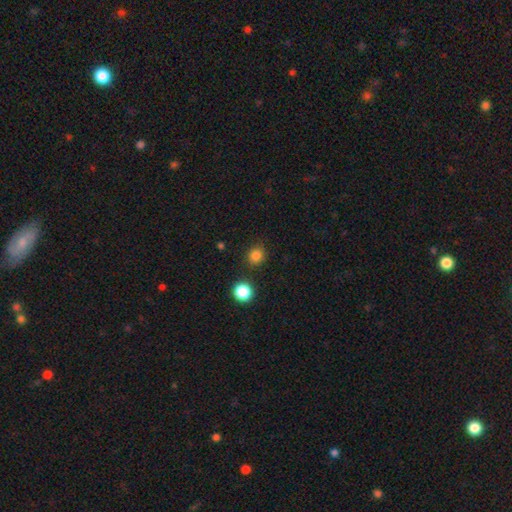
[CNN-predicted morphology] Overall: smooth (82%). How rounded: round (85%). Merging: none (85%).